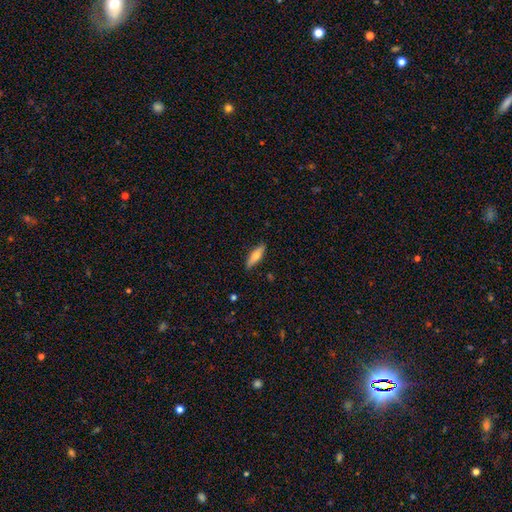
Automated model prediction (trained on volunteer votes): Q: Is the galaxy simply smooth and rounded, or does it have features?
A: smooth — 63%.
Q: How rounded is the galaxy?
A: cigar-shaped — 57%.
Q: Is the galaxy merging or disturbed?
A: none — 88%.